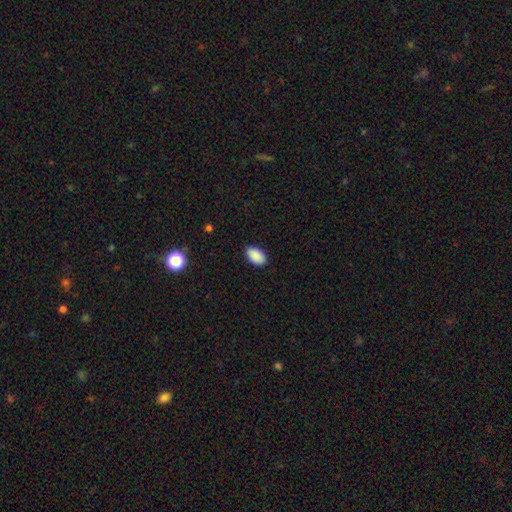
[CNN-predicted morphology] Overall: smooth (90%). How rounded: in between (93%). Merging: none (88%).